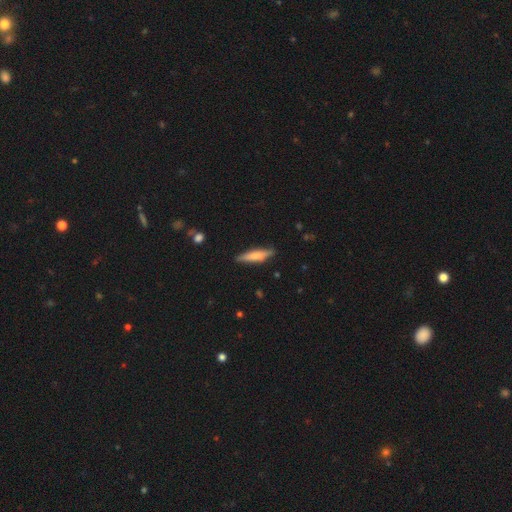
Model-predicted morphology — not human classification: Smooth or featured? smooth (56%)
How rounded? cigar-shaped (80%)
Merging? none (86%)